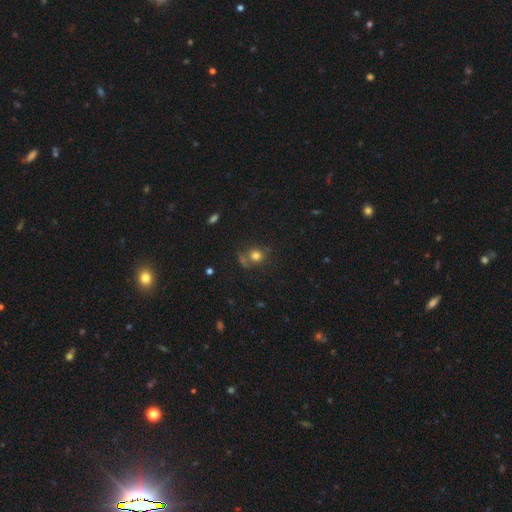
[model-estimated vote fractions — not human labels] smooth-or-featured: smooth: 76% | star or artifact: 15% | featured or disk: 9%
  how-rounded: round: 84% | in between: 15% | cigar-shaped: 1%
  merging: none: 63% | merger: 16% | minor disturbance: 15% | major disturbance: 7%